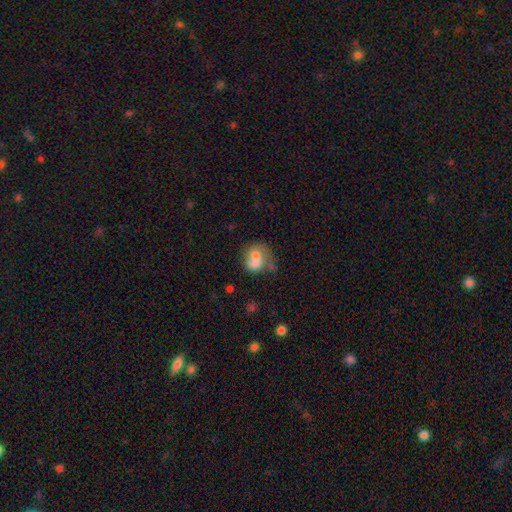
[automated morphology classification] A smooth galaxy with no disk features (61%) that is round (50%). Merging: merger (49%).